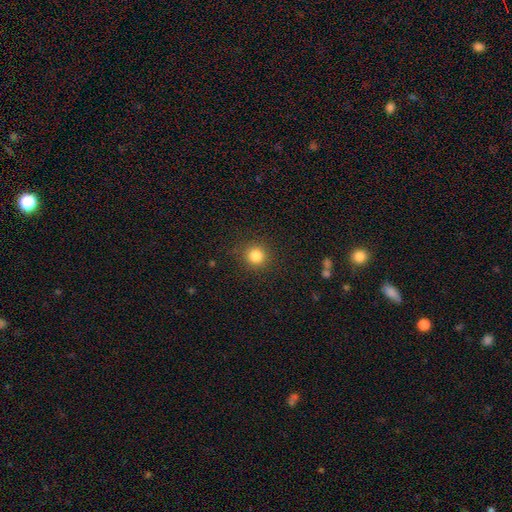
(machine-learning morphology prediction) Overall: smooth (84%). How rounded: round (92%). Merging: none (89%).